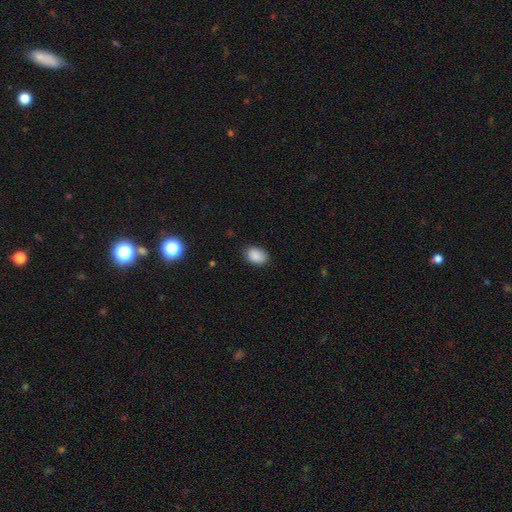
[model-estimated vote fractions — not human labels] The model was most divided on "merging": none: 85%, minor disturbance: 12%, major disturbance: 2%, merger: 1%. More confident: smooth or featured — smooth (89%); how rounded — in between (86%).